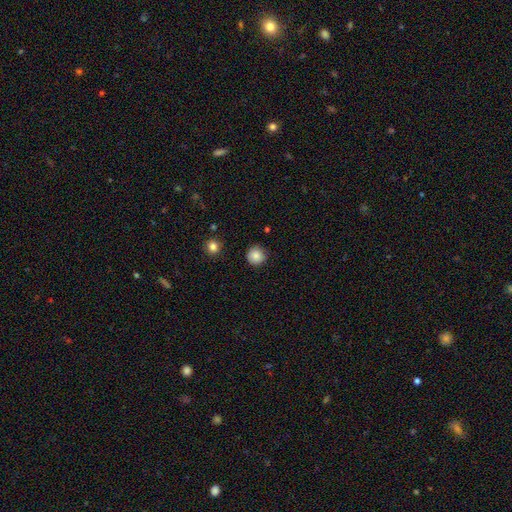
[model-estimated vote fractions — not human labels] Overall: smooth (86%). How rounded: round (94%). Merging: none (88%).